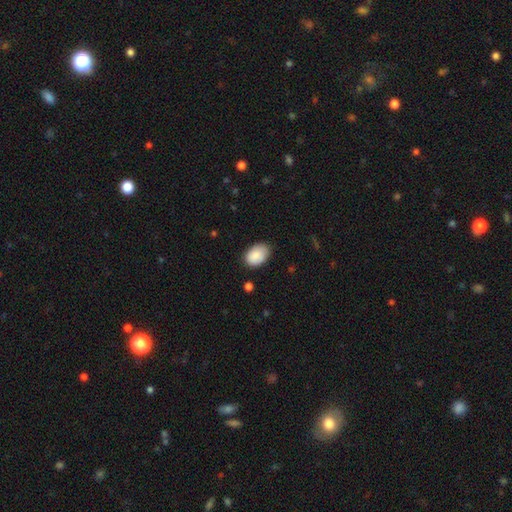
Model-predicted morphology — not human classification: Smooth or featured?
  - smooth: 88% *
  - star or artifact: 7%
  - featured or disk: 5%
How rounded?
  - in between: 85% *
  - round: 14%
  - cigar-shaped: 1%
Merging?
  - none: 77% *
  - minor disturbance: 19%
  - major disturbance: 3%
  - merger: 1%